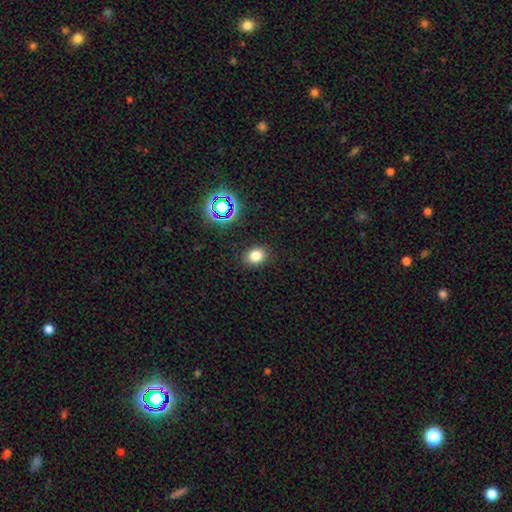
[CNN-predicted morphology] smooth-or-featured: smooth: 78% | star or artifact: 16% | featured or disk: 6%
  how-rounded: in between: 56% | round: 43% | cigar-shaped: 1%
  merging: none: 88% | minor disturbance: 8% | major disturbance: 3% | merger: 1%